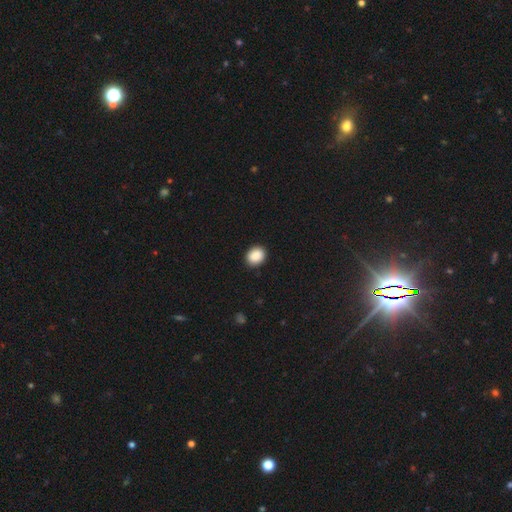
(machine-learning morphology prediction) Smooth or featured?
  - smooth: 90% *
  - star or artifact: 8%
  - featured or disk: 3%
How rounded?
  - round: 52% *
  - in between: 47%
  - cigar-shaped: 1%
Merging?
  - none: 89% *
  - minor disturbance: 8%
  - major disturbance: 2%
  - merger: 1%